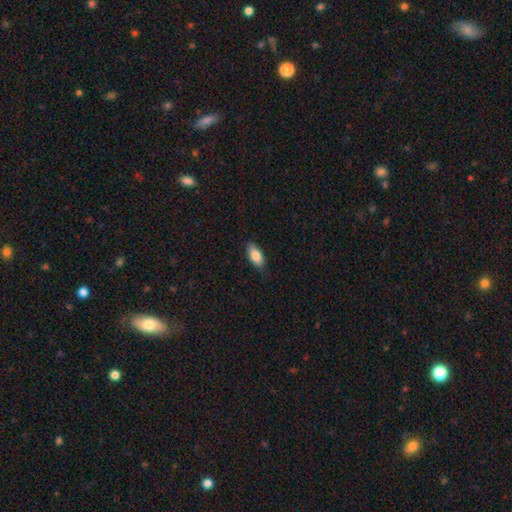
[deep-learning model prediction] This is clearly a smooth galaxy (83%). How rounded: clearly in between (86%). Merging: clearly none (85%).